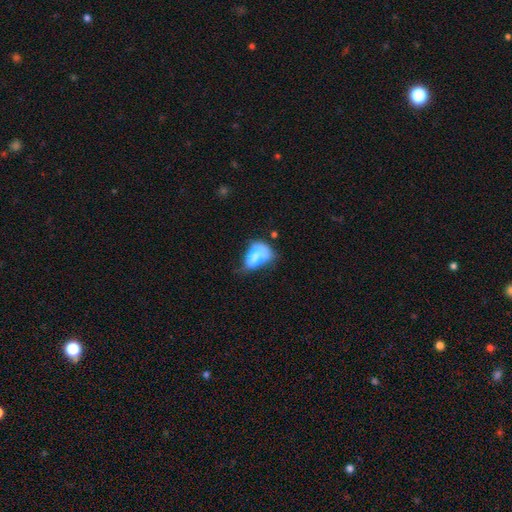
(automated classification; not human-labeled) smooth-or-featured: smooth: 64% | featured or disk: 26% | star or artifact: 10%
  how-rounded: in between: 86% | round: 9% | cigar-shaped: 5%
  merging: major disturbance: 30% | minor disturbance: 27% | merger: 23% | none: 21%